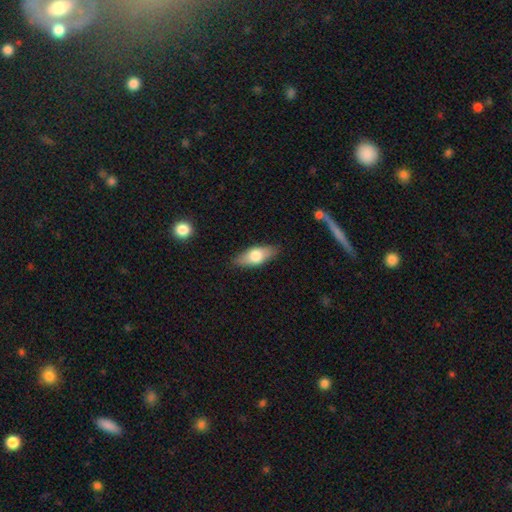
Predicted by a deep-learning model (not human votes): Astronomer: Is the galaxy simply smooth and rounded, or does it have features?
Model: smooth — 64%.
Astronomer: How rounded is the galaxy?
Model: in between — 73%.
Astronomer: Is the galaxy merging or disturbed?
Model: none — 85%.